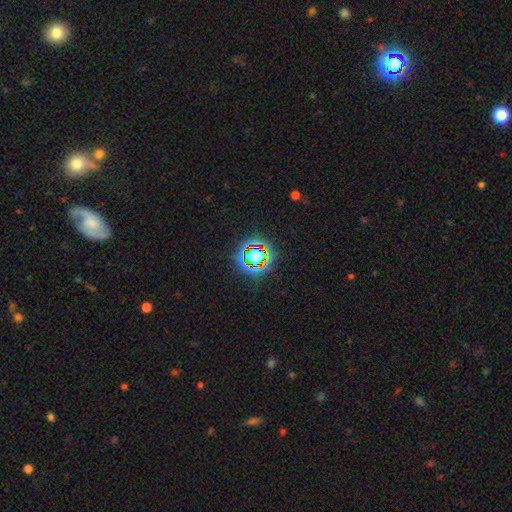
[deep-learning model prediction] Smooth or featured: star or artifact — 68% (smooth — 21%)